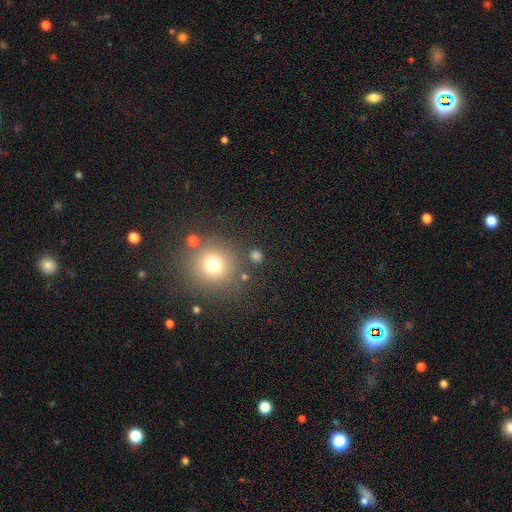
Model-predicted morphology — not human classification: Overall: smooth (70%). How rounded: round (88%). Merging: none (81%).